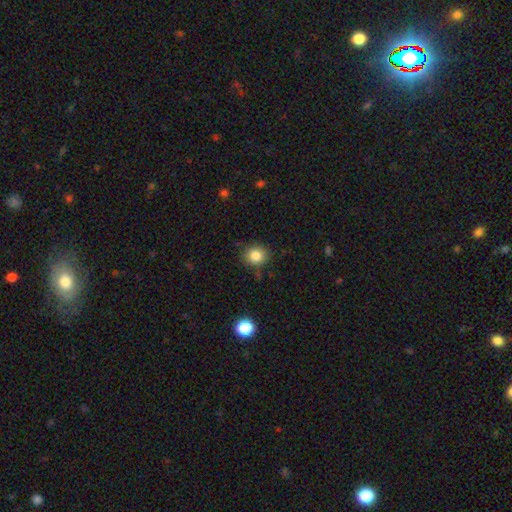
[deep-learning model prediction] This is clearly a smooth galaxy (84%). How rounded: clearly round (82%). Merging: clearly none (84%).